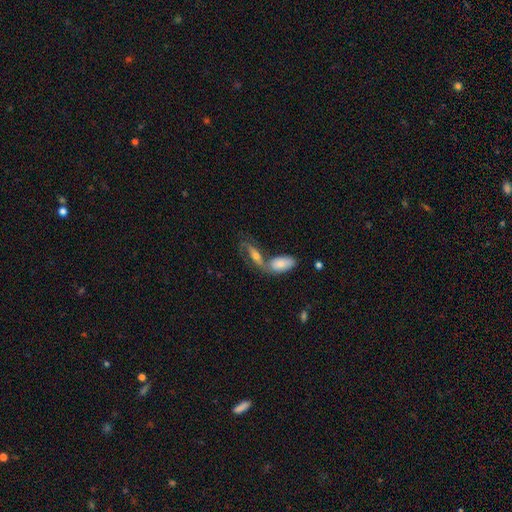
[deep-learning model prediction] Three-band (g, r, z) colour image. It shows a featured or disk galaxy (54%). Merging: merger (49%).